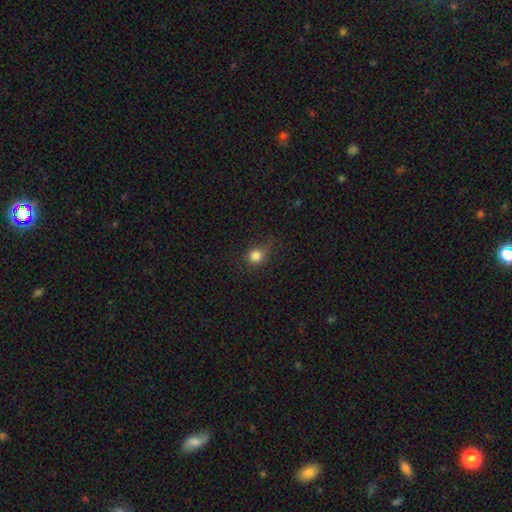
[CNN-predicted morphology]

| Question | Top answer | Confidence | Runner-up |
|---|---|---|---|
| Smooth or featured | smooth | 79% | star or artifact (13%) |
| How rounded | round | 88% | in between (11%) |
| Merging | none | 63% | minor disturbance (25%) |